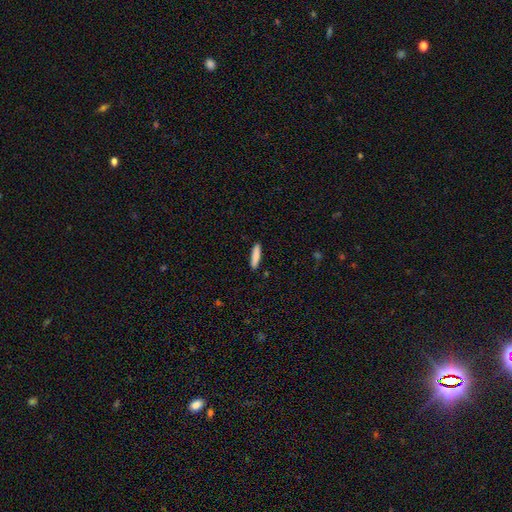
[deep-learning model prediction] Smooth or featured?
  - smooth: 85% *
  - featured or disk: 9%
  - star or artifact: 6%
How rounded?
  - cigar-shaped: 84% *
  - in between: 14%
  - round: 1%
Merging?
  - none: 89% *
  - minor disturbance: 8%
  - major disturbance: 2%
  - merger: 1%